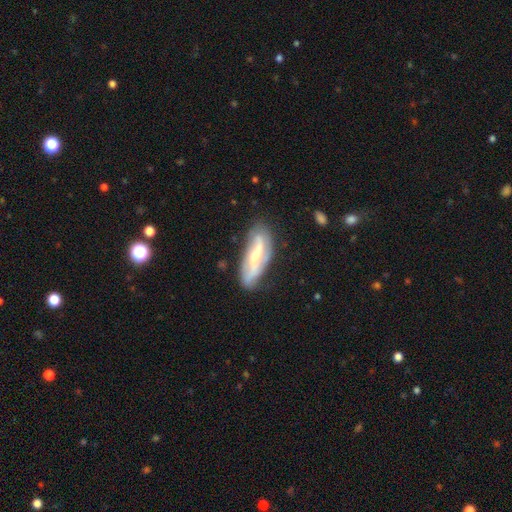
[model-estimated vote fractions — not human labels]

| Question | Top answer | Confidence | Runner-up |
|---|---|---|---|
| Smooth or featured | featured or disk | 68% | smooth (26%) |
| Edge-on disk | no | 74% | yes (26%) |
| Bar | strong | 36% | weak (34%) |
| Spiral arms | yes | 73% | no (27%) |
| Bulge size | moderate | 53% | small (38%) |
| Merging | none | 71% | minor disturbance (20%) |